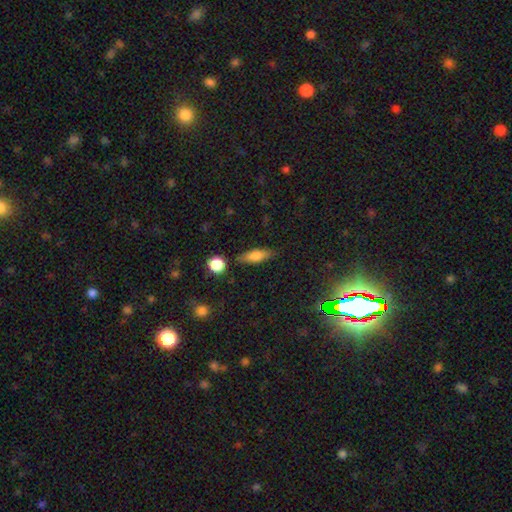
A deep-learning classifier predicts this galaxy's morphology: This is likely a smooth galaxy (74%). How rounded: possibly in between (58%). Merging: clearly none (80%).